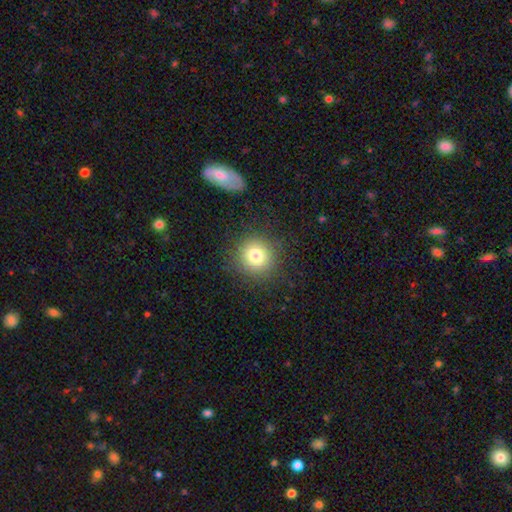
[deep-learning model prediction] Smooth or featured? Predicted: smooth (p=0.78). How rounded? Predicted: round (p=0.93). Merging? Predicted: none (p=0.88).